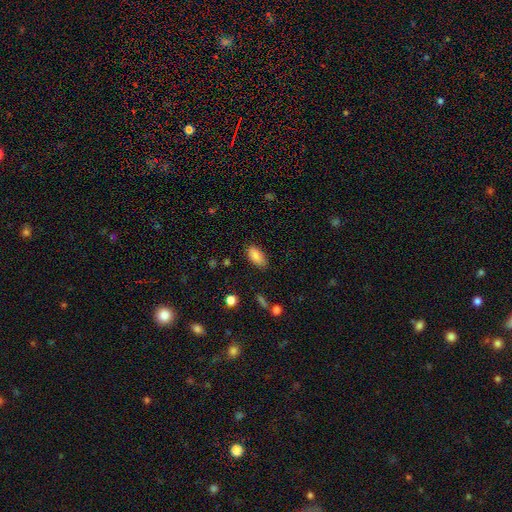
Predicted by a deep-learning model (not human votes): Morphology: type=smooth (86%); roundness=in between (90%); merging=none (78%).